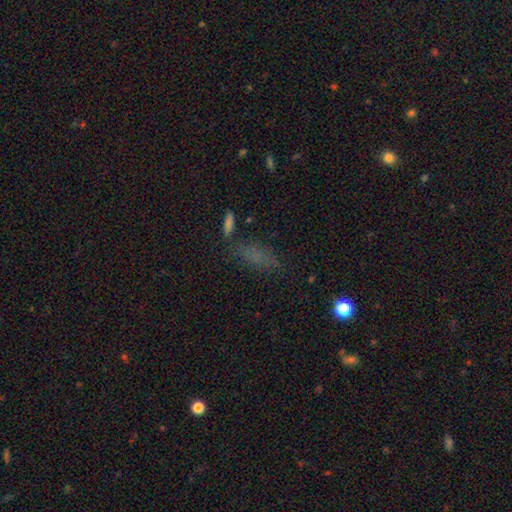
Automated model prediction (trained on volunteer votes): A smooth galaxy with no disk features (63%) that is in between round and cigar-shaped (60%). Merging: none (65%).